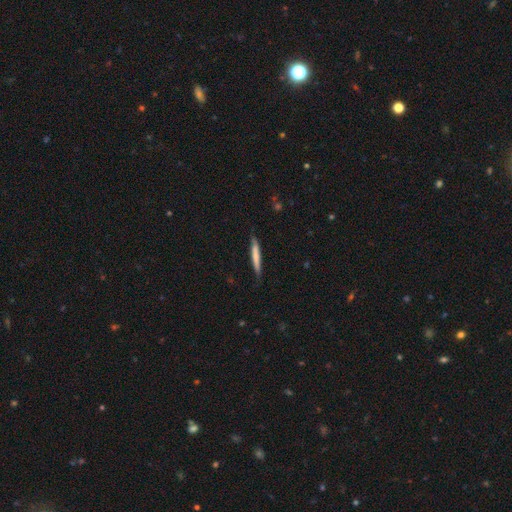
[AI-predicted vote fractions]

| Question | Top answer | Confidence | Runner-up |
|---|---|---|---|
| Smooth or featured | smooth | 65% | featured or disk (29%) |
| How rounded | cigar-shaped | 95% | in between (3%) |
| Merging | none | 82% | minor disturbance (15%) |